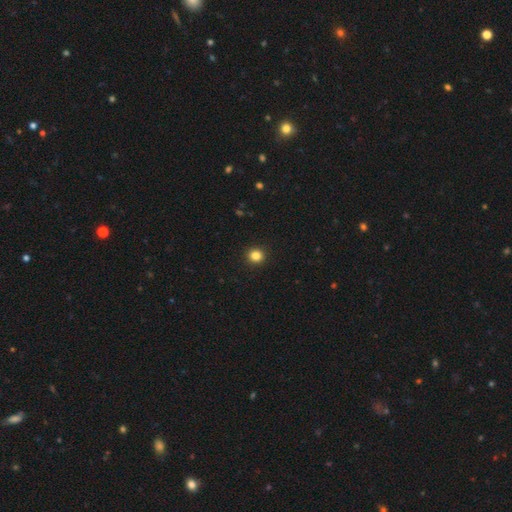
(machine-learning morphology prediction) The model was most divided on "smooth or featured": smooth: 84%, star or artifact: 12%, featured or disk: 4%. More confident: merging — none (93%); how rounded — round (91%).